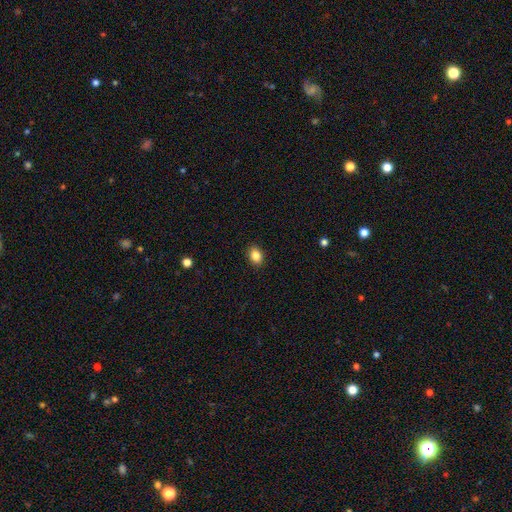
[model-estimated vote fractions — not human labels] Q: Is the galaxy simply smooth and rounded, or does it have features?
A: smooth — 86%.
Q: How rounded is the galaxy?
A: in between — 71%.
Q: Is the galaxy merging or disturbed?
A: none — 90%.